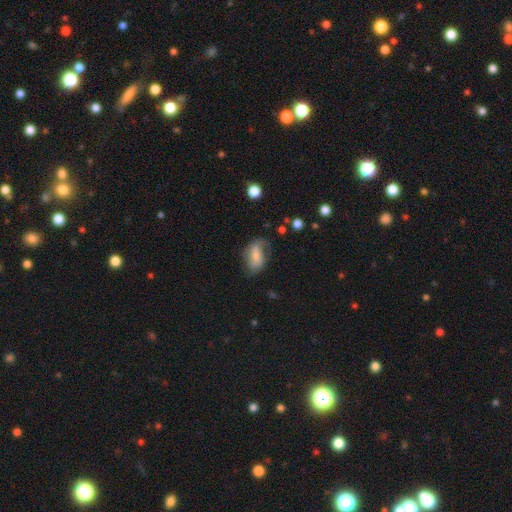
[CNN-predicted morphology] smooth-or-featured: smooth: 51% | featured or disk: 41% | star or artifact: 8%
  how-rounded: in between: 86% | round: 12% | cigar-shaped: 3%
  merging: none: 51% | minor disturbance: 28% | major disturbance: 19% | merger: 3%